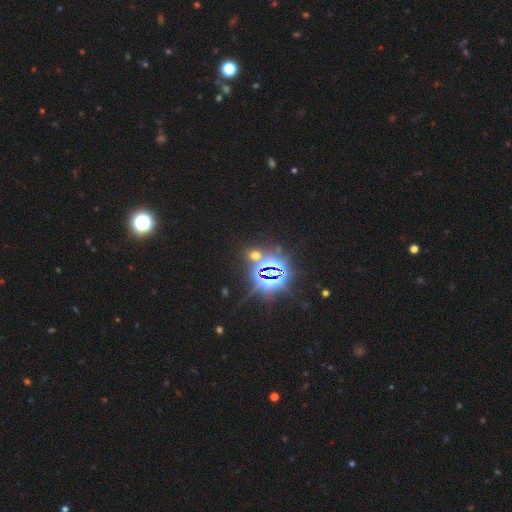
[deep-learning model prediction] The model was most divided on "smooth or featured": star or artifact: 69%, smooth: 24%, featured or disk: 7%.